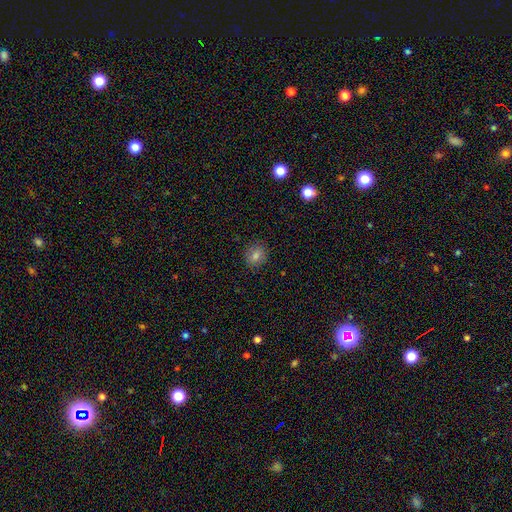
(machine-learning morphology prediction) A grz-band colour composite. It shows a smooth galaxy with no disk features (76%) that is round (72%). Merging: none (89%).